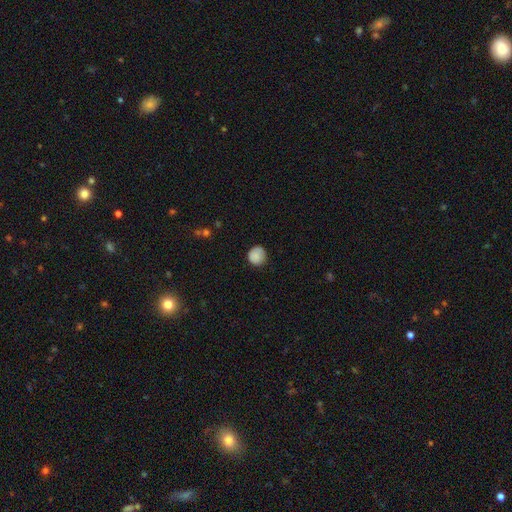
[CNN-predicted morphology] type=smooth (86%); roundness=round (90%); merging=none (81%).